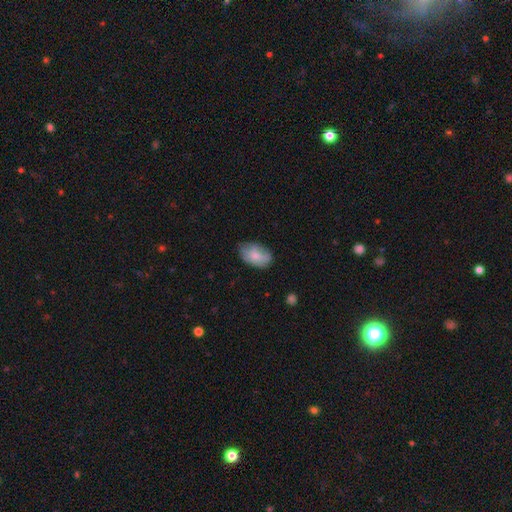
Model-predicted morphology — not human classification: smooth_or_featured: smooth (p=0.75) [alt: featured or disk p=0.18]
how_rounded: in between (p=0.90) [alt: round p=0.08]
merging: none (p=0.66) [alt: minor disturbance p=0.27]